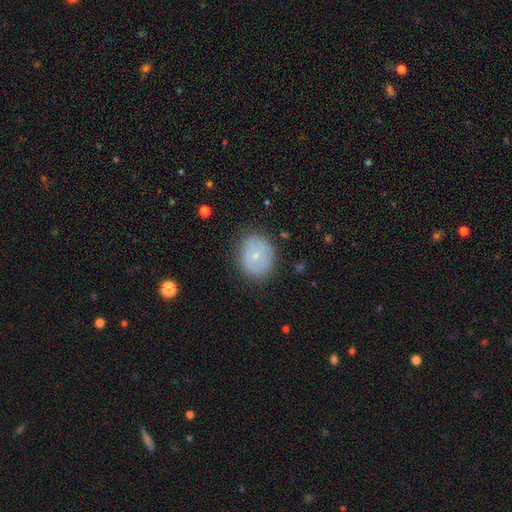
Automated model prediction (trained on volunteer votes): smooth-or-featured: smooth: 54% | featured or disk: 38% | star or artifact: 8%
  how-rounded: round: 60% | in between: 39% | cigar-shaped: 1%
  merging: none: 81% | minor disturbance: 14% | major disturbance: 4% | merger: 1%